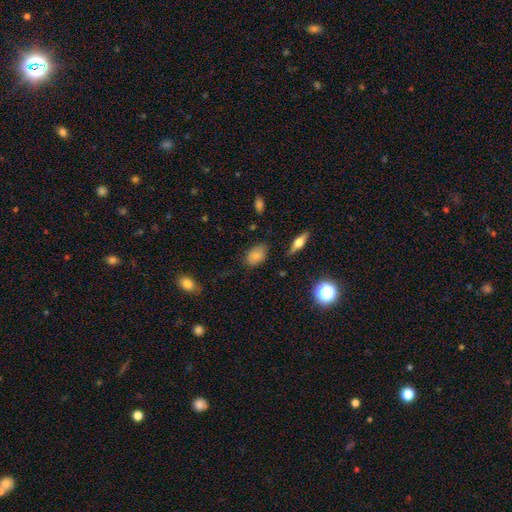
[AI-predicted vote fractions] Smooth or featured?
  - smooth: 79% *
  - featured or disk: 11%
  - star or artifact: 10%
How rounded?
  - in between: 82% *
  - round: 16%
  - cigar-shaped: 2%
Merging?
  - none: 77% *
  - minor disturbance: 17%
  - major disturbance: 4%
  - merger: 2%